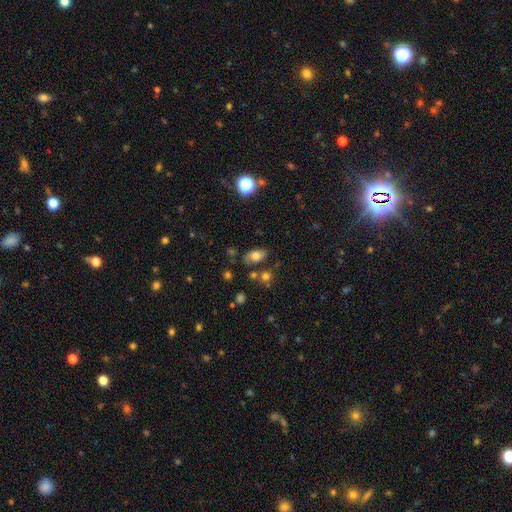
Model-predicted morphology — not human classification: Smooth or featured? Predicted: smooth (p=0.71). How rounded? Predicted: in between (p=0.89). Merging? Predicted: none (p=0.71).